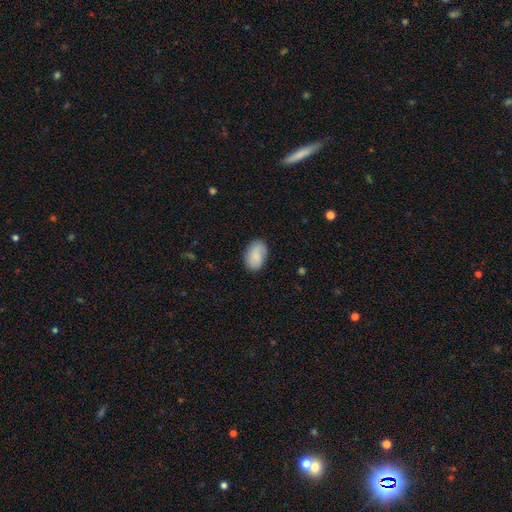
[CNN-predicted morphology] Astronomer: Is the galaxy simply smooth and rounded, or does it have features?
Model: smooth — 80%.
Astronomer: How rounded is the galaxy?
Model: in between — 88%.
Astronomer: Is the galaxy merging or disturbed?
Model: none — 80%.